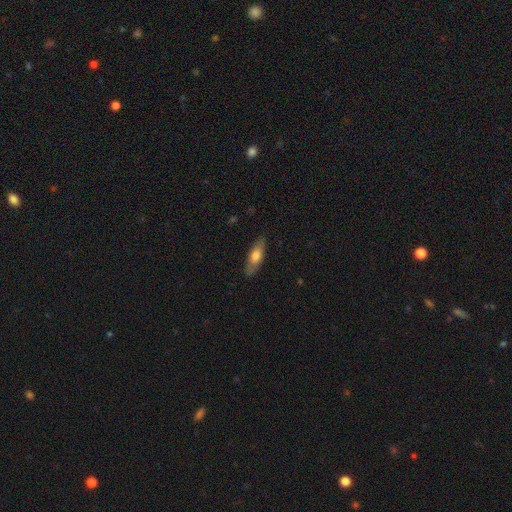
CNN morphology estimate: This is likely a smooth galaxy (61%). How rounded: likely in between (64%). Merging: clearly none (83%).